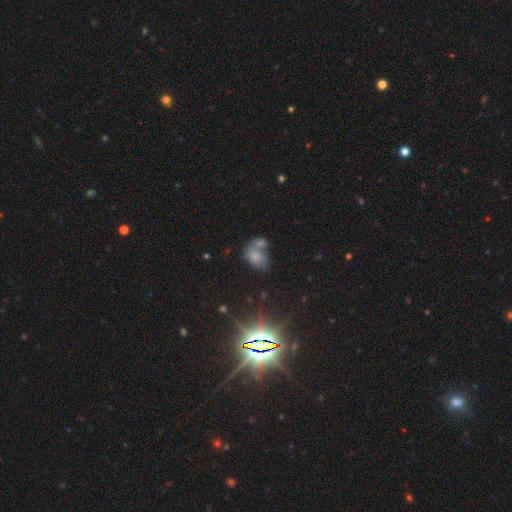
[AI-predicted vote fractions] Morphology: type=smooth (68%); roundness=in between (73%); merging=merger (53%).